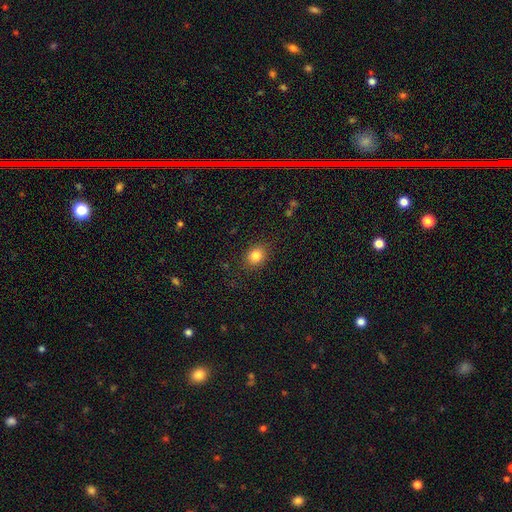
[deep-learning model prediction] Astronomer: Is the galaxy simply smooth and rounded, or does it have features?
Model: smooth — 83%.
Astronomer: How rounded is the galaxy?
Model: round — 59% (runner-up: in between, 40%).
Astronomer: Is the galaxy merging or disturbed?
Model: none — 86%.